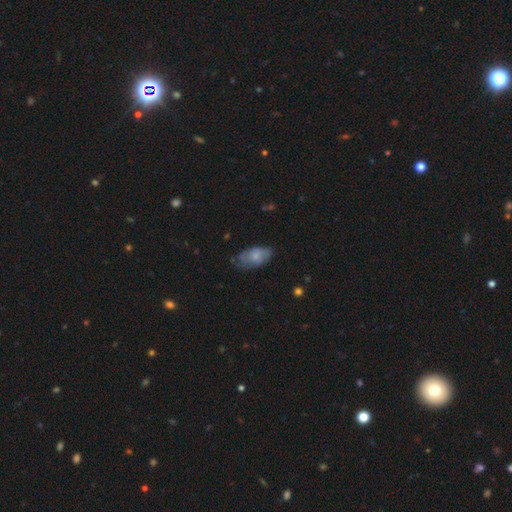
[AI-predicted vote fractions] This is likely a smooth galaxy (64%). How rounded: clearly in between (92%). Merging: possibly none (54%).